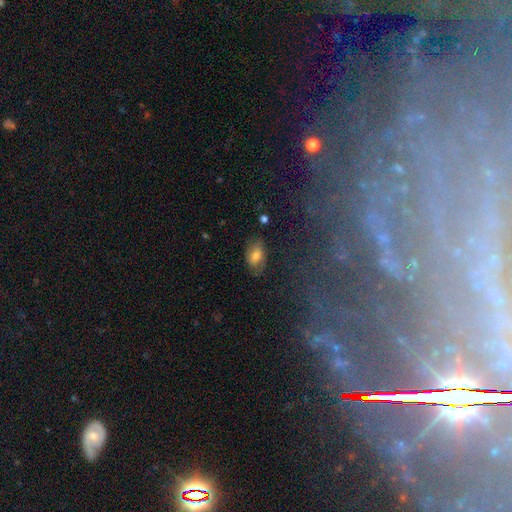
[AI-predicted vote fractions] This is likely a smooth galaxy (69%). How rounded: clearly in between (90%). Merging: likely none (74%).